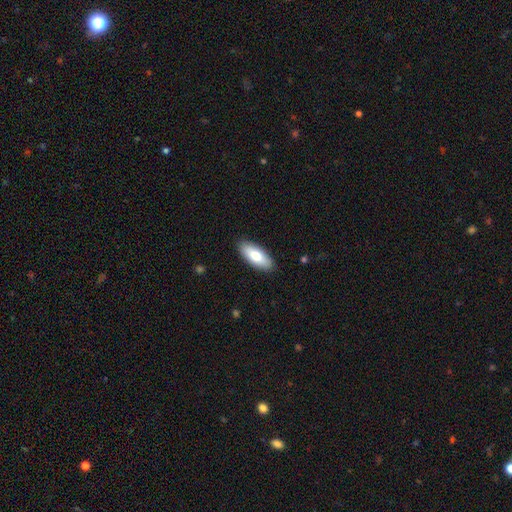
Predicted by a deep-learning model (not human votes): Smooth or featured? Predicted: smooth (p=0.77). How rounded? Predicted: in between (p=0.81). Merging? Predicted: none (p=0.89).